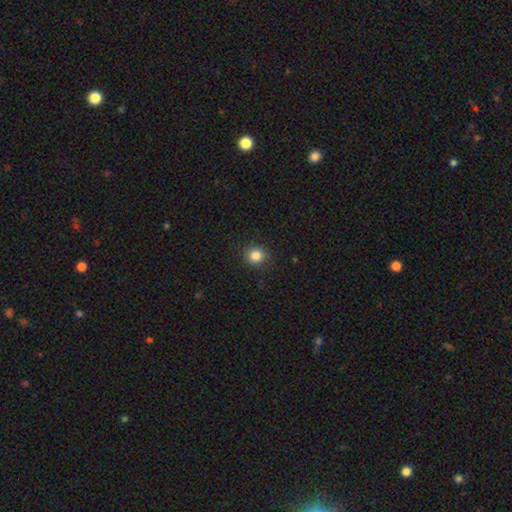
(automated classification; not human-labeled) The model was most divided on "smooth or featured": smooth: 84%, star or artifact: 11%, featured or disk: 4%. More confident: merging — none (90%); how rounded — round (86%).